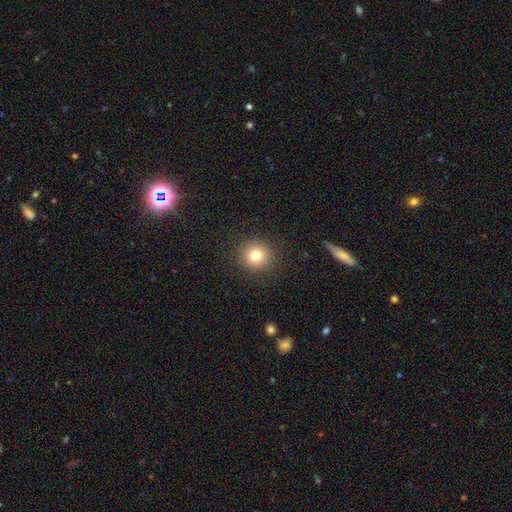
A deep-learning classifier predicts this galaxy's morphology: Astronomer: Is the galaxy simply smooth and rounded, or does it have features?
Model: smooth — 79%.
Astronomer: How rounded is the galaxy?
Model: round — 92%.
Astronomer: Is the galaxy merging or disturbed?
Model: none — 90%.